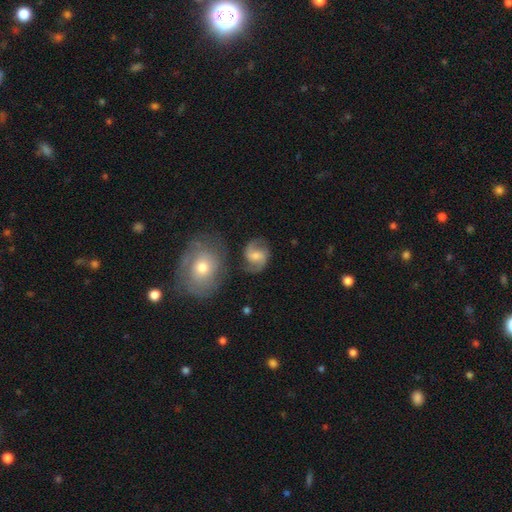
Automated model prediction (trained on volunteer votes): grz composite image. It shows a featured or disk galaxy (75%) with a weak bar (50%), 2 (90%) medium (51%) spiral arms (95%) and a moderate central bulge (47%). Merging: none (73%).